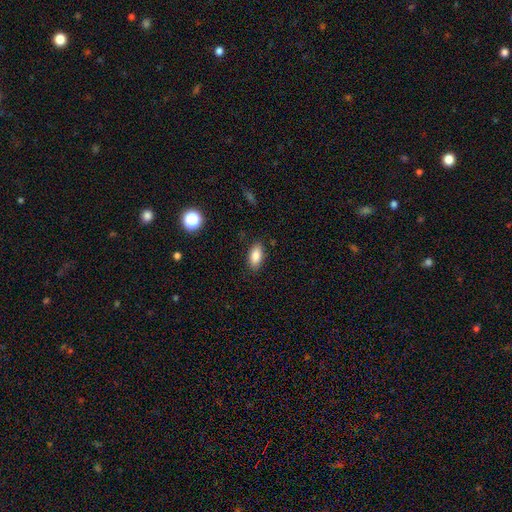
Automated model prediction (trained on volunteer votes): Q: Smooth or featured?
A: smooth (86%); runner-up: star or artifact (8%)
Q: How rounded?
A: in between (88%); runner-up: cigar-shaped (8%)
Q: Merging?
A: none (87%); runner-up: minor disturbance (10%)